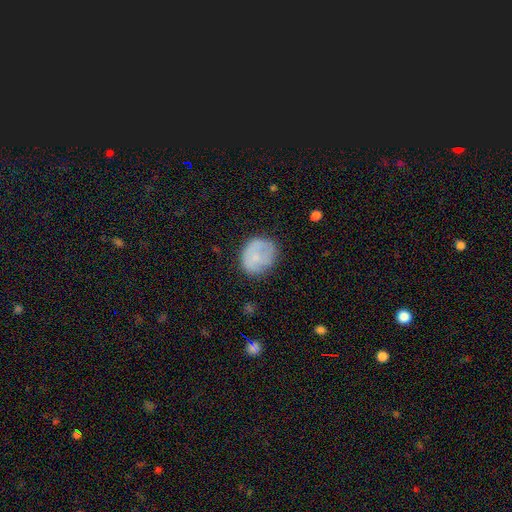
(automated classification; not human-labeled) smooth-or-featured: smooth: 70% | featured or disk: 23% | star or artifact: 8%
  how-rounded: round: 71% | in between: 28% | cigar-shaped: 1%
  merging: none: 65% | minor disturbance: 24% | major disturbance: 9% | merger: 2%